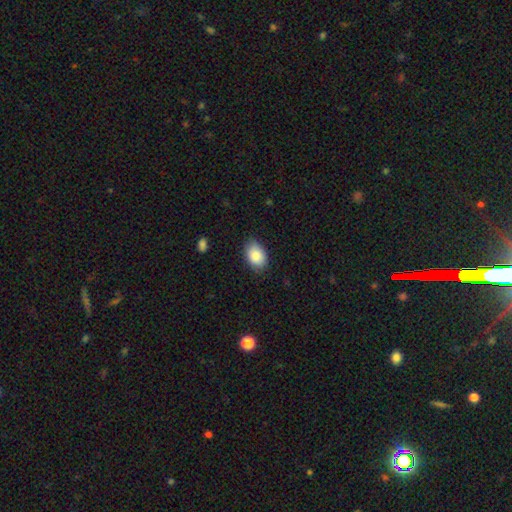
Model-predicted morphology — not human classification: type=smooth (88%); roundness=in between (84%); merging=none (79%).